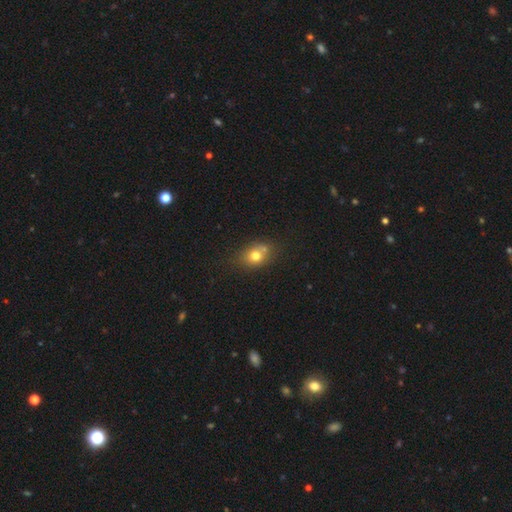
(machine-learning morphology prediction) A smooth galaxy with no disk features (73%) that is in between round and cigar-shaped (52%). Merging: none (57%).